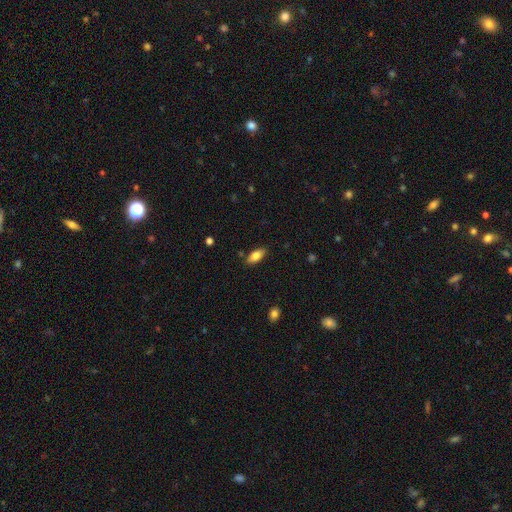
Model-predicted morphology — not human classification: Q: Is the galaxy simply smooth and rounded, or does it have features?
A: smooth — 79%.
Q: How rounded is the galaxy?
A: in between — 86%.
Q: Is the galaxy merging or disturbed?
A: none — 85%.